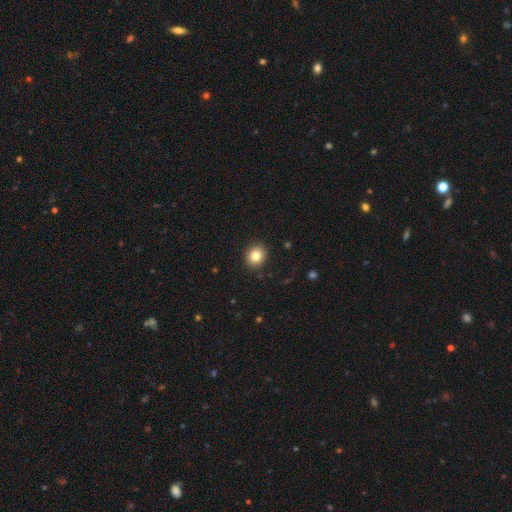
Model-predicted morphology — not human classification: Smooth or featured? smooth (82%)
How rounded? round (74%)
Merging? none (90%)